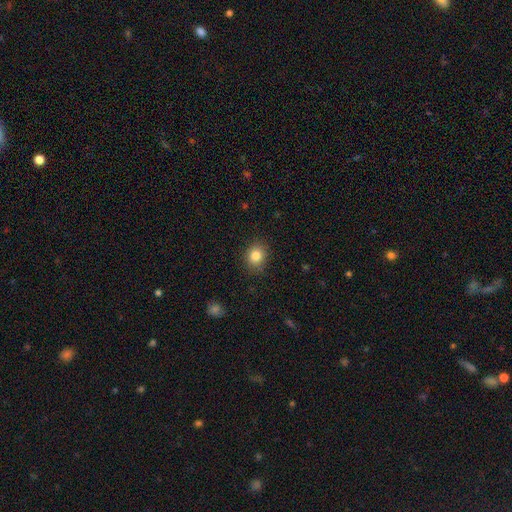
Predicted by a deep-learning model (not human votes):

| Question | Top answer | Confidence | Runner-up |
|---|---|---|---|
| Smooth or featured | smooth | 84% | star or artifact (10%) |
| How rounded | round | 68% | in between (31%) |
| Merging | none | 85% | minor disturbance (11%) |